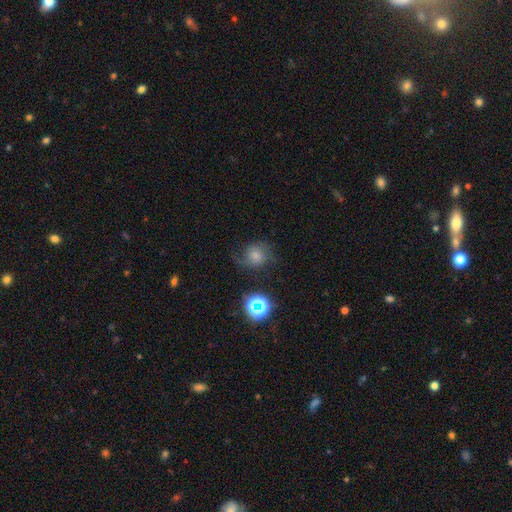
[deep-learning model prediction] Smooth or featured: smooth — 48% (featured or disk — 35%)
Merging: none — 60% (minor disturbance — 22%)